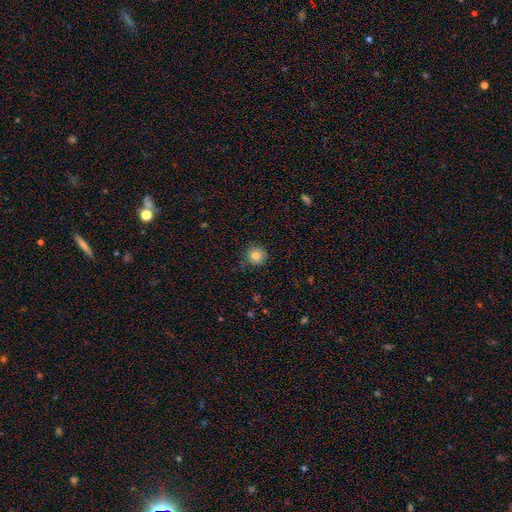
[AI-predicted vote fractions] The model was most divided on "smooth or featured": smooth: 82%, star or artifact: 10%, featured or disk: 8%. More confident: how rounded — round (94%); merging — none (85%).